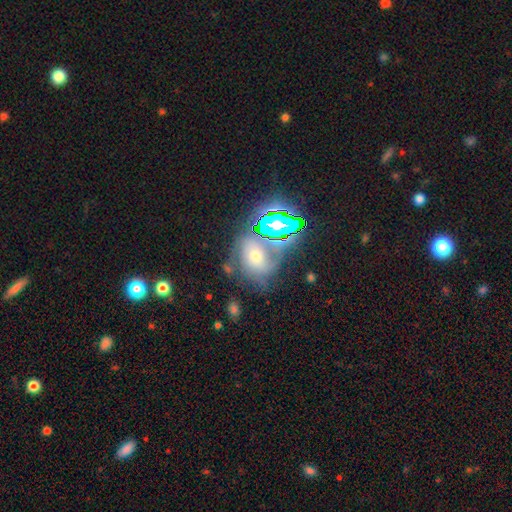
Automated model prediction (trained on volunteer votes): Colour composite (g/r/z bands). It shows a star or artifact, not a galaxy (39%).